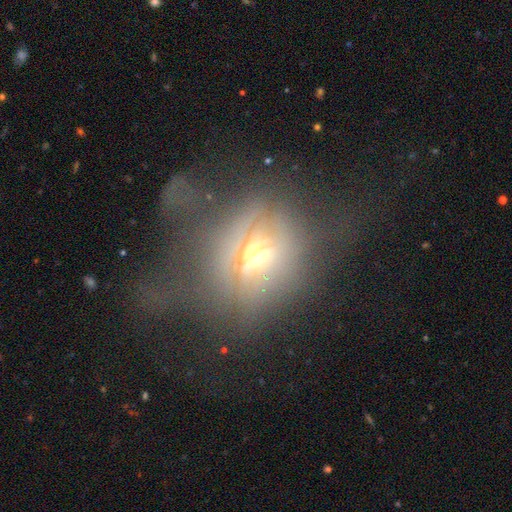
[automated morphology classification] This appears to be a featured or disk galaxy (51%). Merging: none (48%).